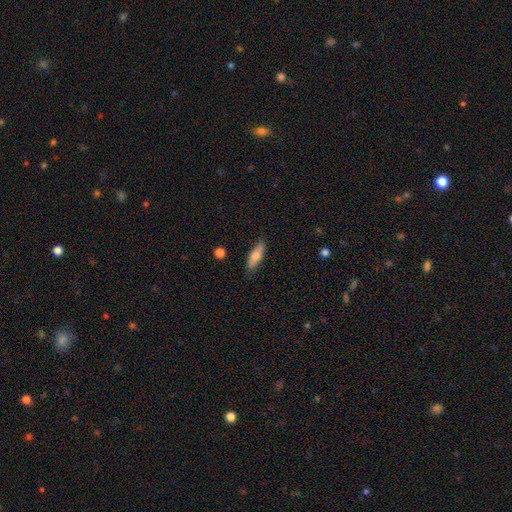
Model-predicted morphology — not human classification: This appears to be a smooth galaxy with no disk features (74%) that is cigar-shaped (55%). Merging: none (84%).